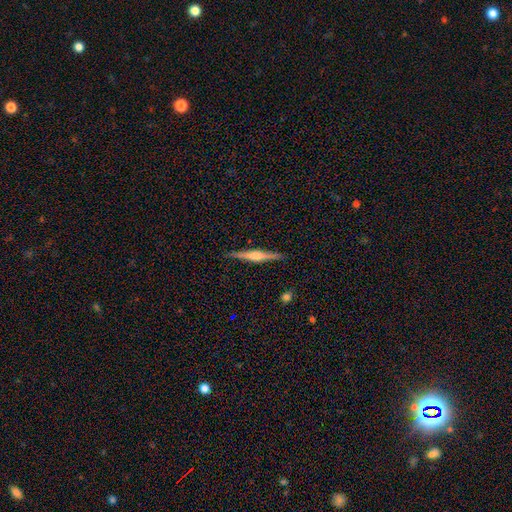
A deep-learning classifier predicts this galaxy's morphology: This is likely a featured or disk galaxy (75%). It is clearly viewed edge-on (98%). Edge-on bulge: likely rounded (78%). Merging: clearly none (91%).